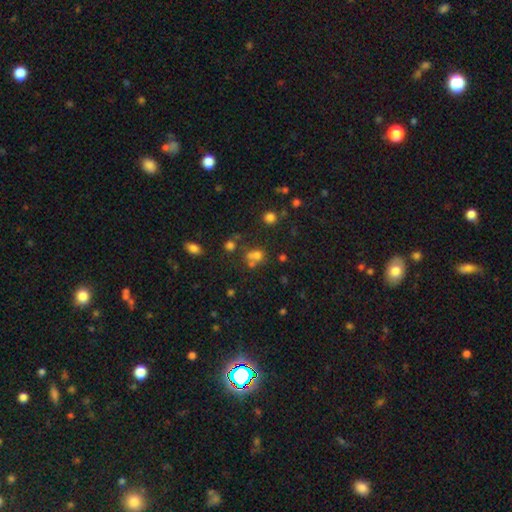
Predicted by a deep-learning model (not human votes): smooth_or_featured: smooth (p=0.62) [alt: star or artifact p=0.23]
how_rounded: round (p=0.69) [alt: in between p=0.30]
merging: merger (p=0.41) [tied with: none p=0.41]